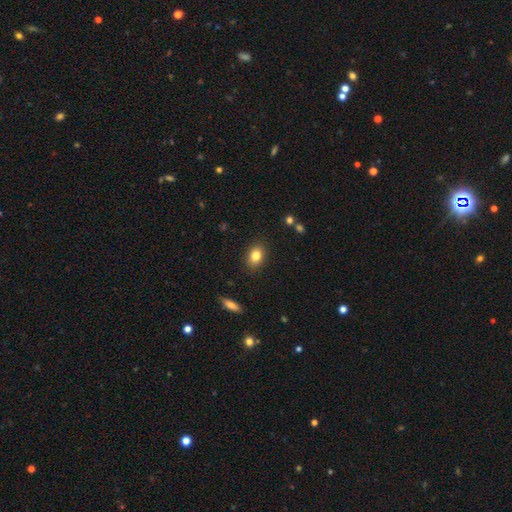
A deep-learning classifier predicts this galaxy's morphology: Smooth or featured? Predicted: smooth (p=0.82). How rounded? Predicted: in between (p=0.73). Merging? Predicted: none (p=0.88).